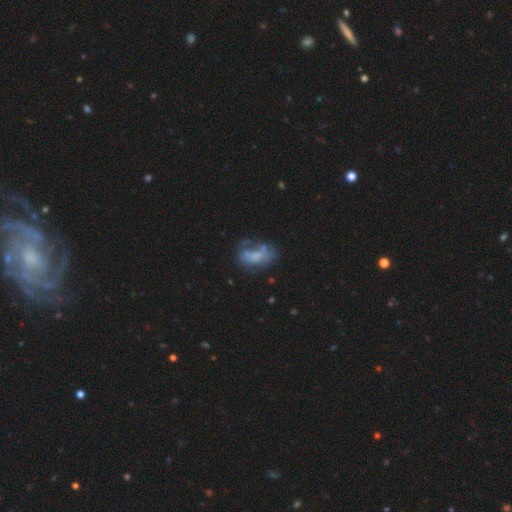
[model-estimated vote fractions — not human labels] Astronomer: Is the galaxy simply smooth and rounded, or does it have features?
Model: featured or disk — 46% (runner-up: smooth, 43%).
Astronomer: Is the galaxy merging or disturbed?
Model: none — 38% (runner-up: major disturbance, 28%).